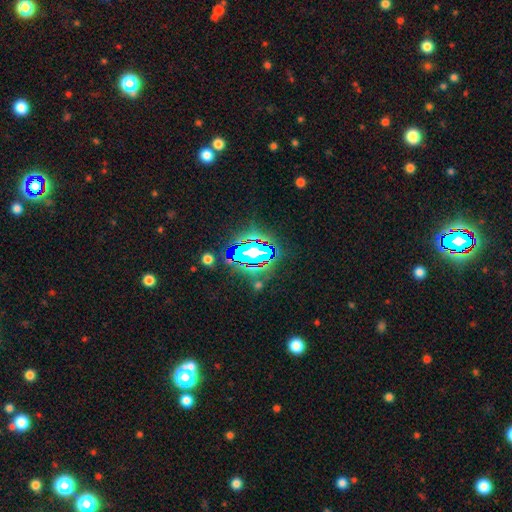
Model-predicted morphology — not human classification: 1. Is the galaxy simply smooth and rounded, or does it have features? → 82% star or artifact, 10% smooth, 8% featured or disk.